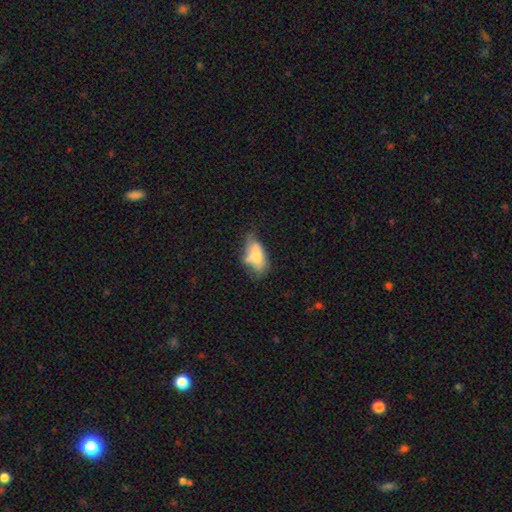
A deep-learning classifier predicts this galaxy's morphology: Smooth or featured? Predicted: smooth (p=0.69). How rounded? Predicted: in between (p=0.90). Merging? Predicted: none (p=0.37).